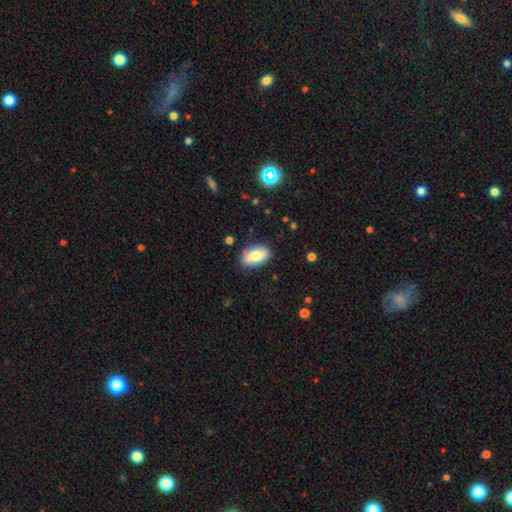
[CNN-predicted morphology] Smooth or featured?
  - smooth: 79% *
  - featured or disk: 14%
  - star or artifact: 7%
How rounded?
  - in between: 93% *
  - round: 5%
  - cigar-shaped: 2%
Merging?
  - none: 82% *
  - minor disturbance: 13%
  - major disturbance: 3%
  - merger: 2%